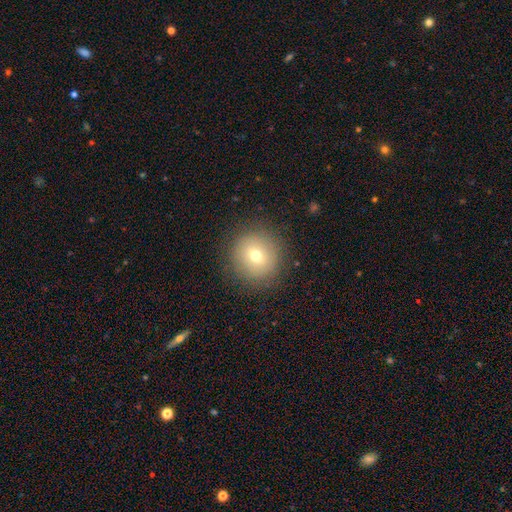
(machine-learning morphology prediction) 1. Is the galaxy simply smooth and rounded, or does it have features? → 68% smooth, 18% featured or disk, 14% star or artifact.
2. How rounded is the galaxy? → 92% round, 7% in between, 1% cigar-shaped.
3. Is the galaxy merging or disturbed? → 88% none, 8% minor disturbance, 4% major disturbance, 1% merger.